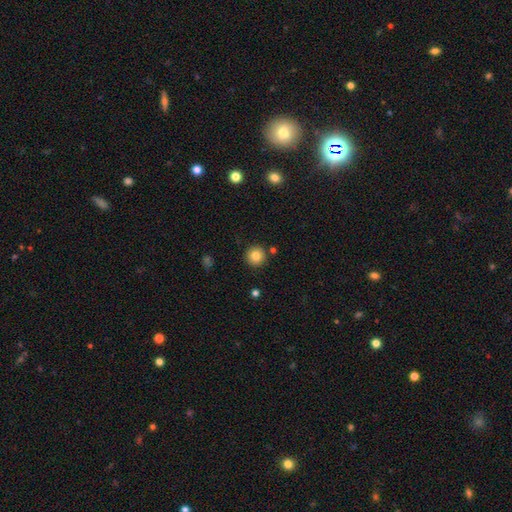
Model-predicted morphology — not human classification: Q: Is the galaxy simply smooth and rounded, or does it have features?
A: smooth — 82%.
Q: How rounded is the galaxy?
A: round — 95%.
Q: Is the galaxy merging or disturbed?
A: none — 89%.